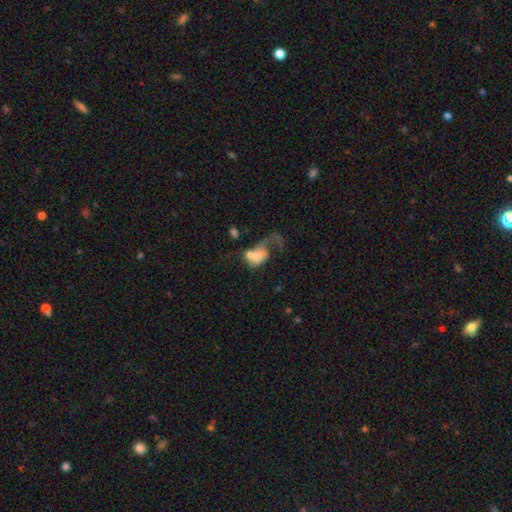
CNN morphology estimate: A smooth galaxy with no disk features (47%). Merging: merger (40%, tied with major disturbance).